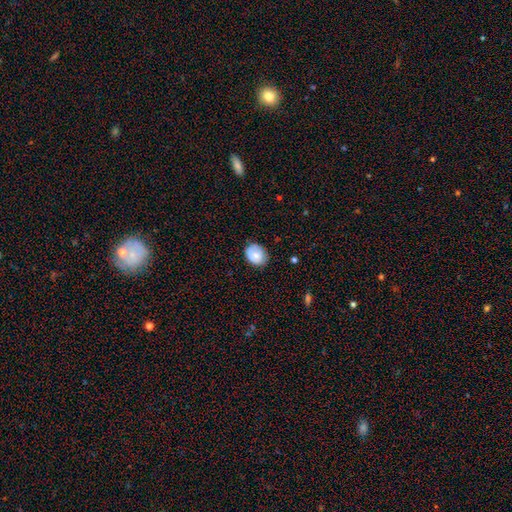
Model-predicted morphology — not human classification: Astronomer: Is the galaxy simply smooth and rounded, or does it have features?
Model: smooth — 72%.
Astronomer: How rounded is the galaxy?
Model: in between — 50% (runner-up: round, 49%).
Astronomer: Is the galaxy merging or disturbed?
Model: none — 72%.